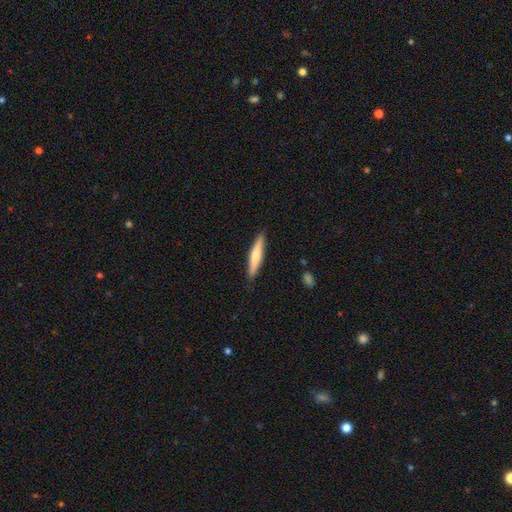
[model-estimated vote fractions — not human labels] Smooth or featured? smooth (63%)
How rounded? cigar-shaped (91%)
Merging? none (89%)